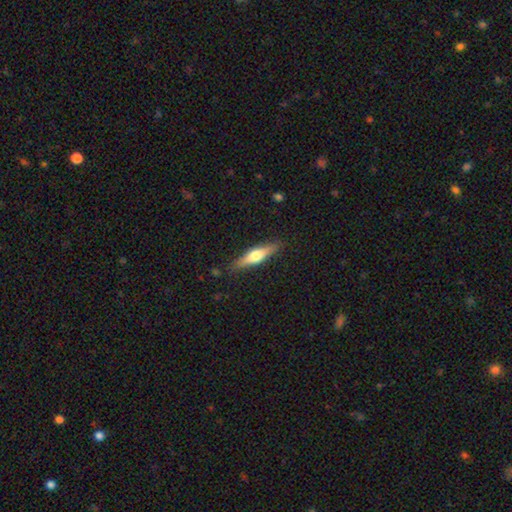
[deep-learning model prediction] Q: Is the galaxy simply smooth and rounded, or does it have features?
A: featured or disk — 48%.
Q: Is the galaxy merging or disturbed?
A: none — 86%.